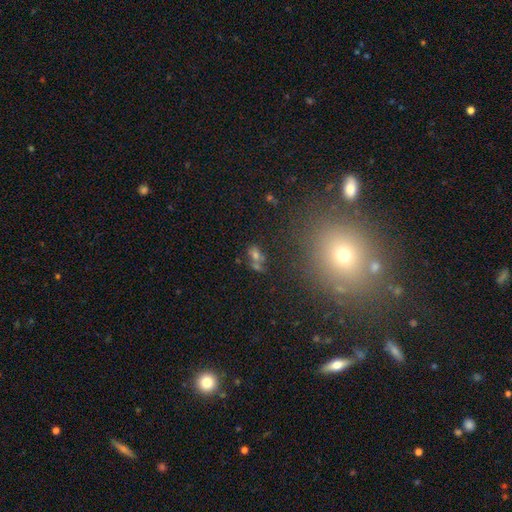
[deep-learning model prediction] smooth_or_featured: smooth (p=0.53) [alt: star or artifact p=0.31]
how_rounded: in between (p=0.61) [alt: round p=0.35]
merging: none (p=0.52) [alt: merger p=0.26]